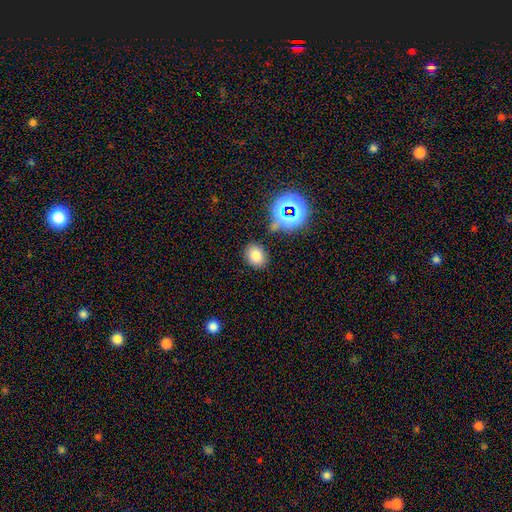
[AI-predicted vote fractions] smooth-or-featured: smooth: 75% | star or artifact: 17% | featured or disk: 8%
  how-rounded: in between: 53% | round: 46% | cigar-shaped: 1%
  merging: none: 82% | minor disturbance: 11% | merger: 4% | major disturbance: 3%